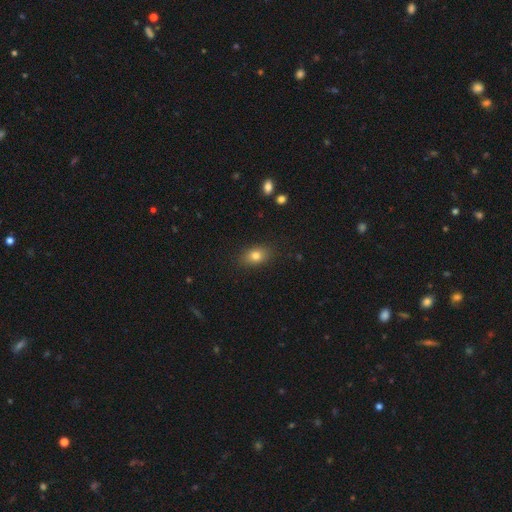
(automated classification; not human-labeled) This appears to be a smooth galaxy with no disk features (80%) that is in between round and cigar-shaped (78%). Merging: none (86%).